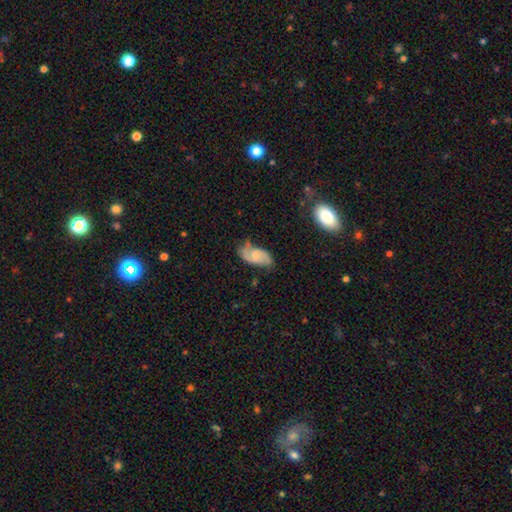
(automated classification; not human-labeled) smooth_or_featured: featured or disk (p=0.60) [alt: smooth p=0.33]
disk_edge_on: no (p=0.95) [alt: yes p=0.05]
bar: no (p=0.60) [alt: weak p=0.34]
has_spiral_arms: yes (p=0.90) [alt: no p=0.10]
spiral_winding: medium (p=0.43) [alt: loose p=0.34]
spiral_arm_count: 2 (p=0.84) [alt: can't tell p=0.09]
bulge_size: small (p=0.52) [alt: moderate p=0.32]
merging: none (p=0.61) [alt: minor disturbance p=0.27]